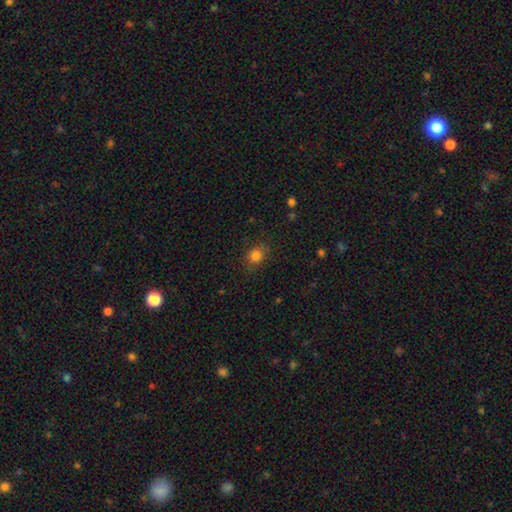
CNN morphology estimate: Smooth or featured?
  - smooth: 81% *
  - star or artifact: 12%
  - featured or disk: 7%
How rounded?
  - round: 58% *
  - in between: 41%
  - cigar-shaped: 1%
Merging?
  - none: 80% *
  - minor disturbance: 14%
  - major disturbance: 4%
  - merger: 1%